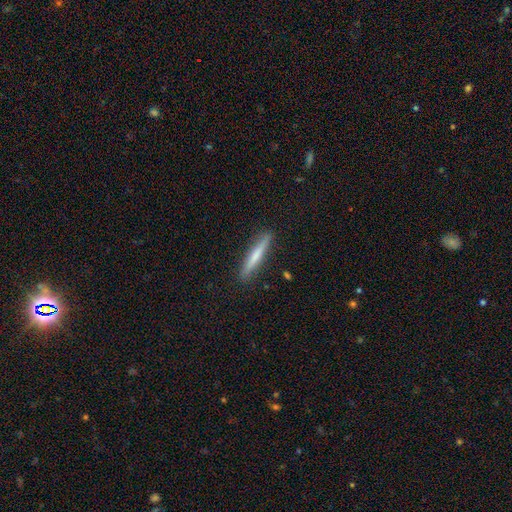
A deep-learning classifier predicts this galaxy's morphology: Smooth or featured? Predicted: smooth (p=0.62). How rounded? Predicted: cigar-shaped (p=0.95). Merging? Predicted: none (p=0.90).